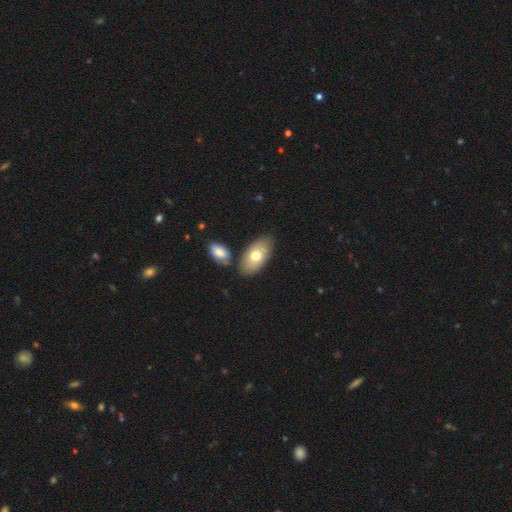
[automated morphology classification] type=smooth (71%); roundness=in between (94%); merging=none (75%).